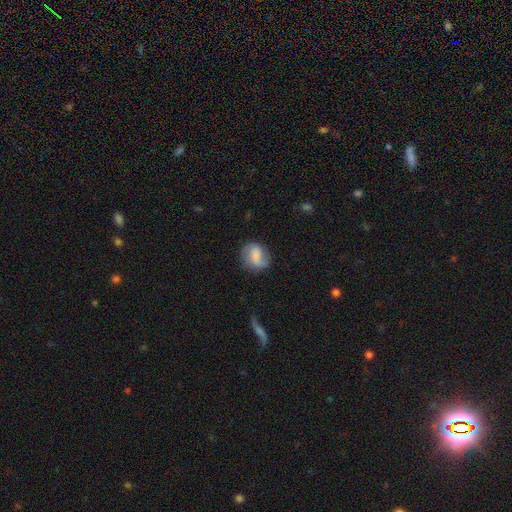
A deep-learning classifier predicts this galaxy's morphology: smooth_or_featured: smooth (p=0.58) [alt: featured or disk p=0.34]
how_rounded: round (p=0.65) [alt: in between p=0.34]
merging: none (p=0.67) [alt: minor disturbance p=0.21]